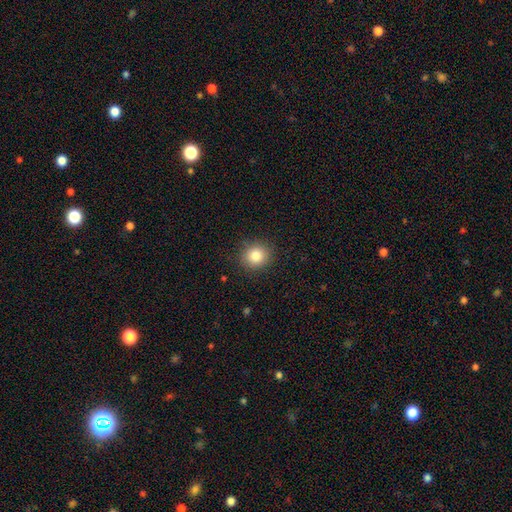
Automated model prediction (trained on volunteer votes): Q: Smooth or featured?
A: smooth (83%); runner-up: star or artifact (10%)
Q: How rounded?
A: round (86%); runner-up: in between (13%)
Q: Merging?
A: none (89%); runner-up: minor disturbance (8%)